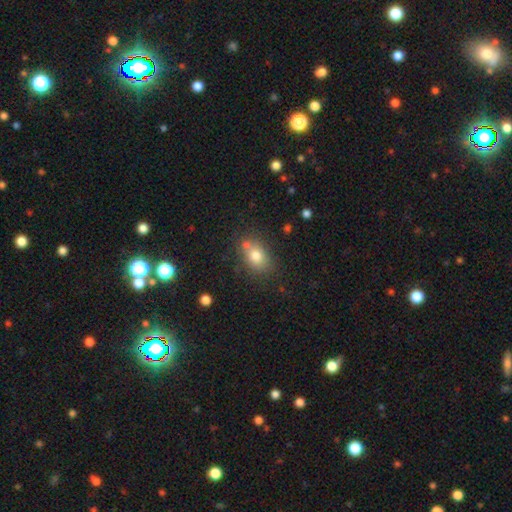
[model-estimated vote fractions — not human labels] A smooth galaxy with no disk features (77%) that is in between round and cigar-shaped (68%). Merging: none (61%).